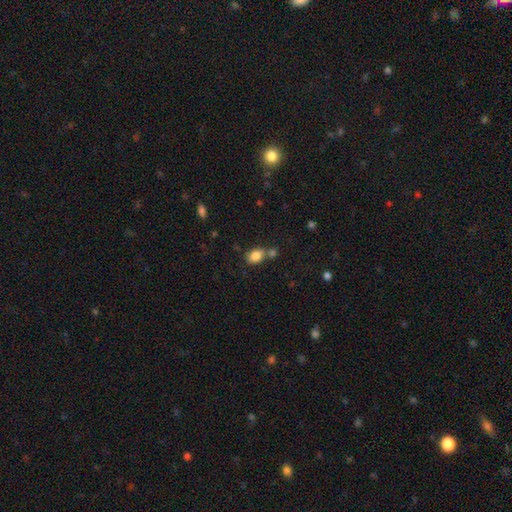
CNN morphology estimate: The model was most divided on "merging": none: 52%, merger: 30%, minor disturbance: 14%, major disturbance: 4%. More confident: smooth or featured — smooth (84%); how rounded — in between (71%).